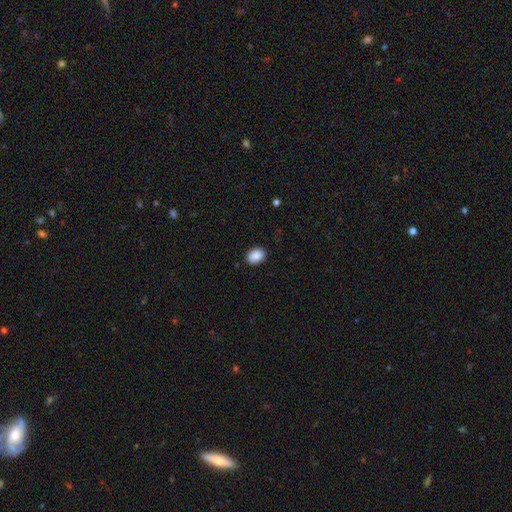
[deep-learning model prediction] A smooth galaxy with no disk features (89%) that is in between round and cigar-shaped (74%).

Vote fractions:
- Smooth or featured? smooth: 89% / star or artifact: 8% / featured or disk: 4%
- How rounded? in between: 74% / round: 25% / cigar-shaped: 1%
- Merging? none: 88% / minor disturbance: 9% / major disturbance: 2% / merger: 1%